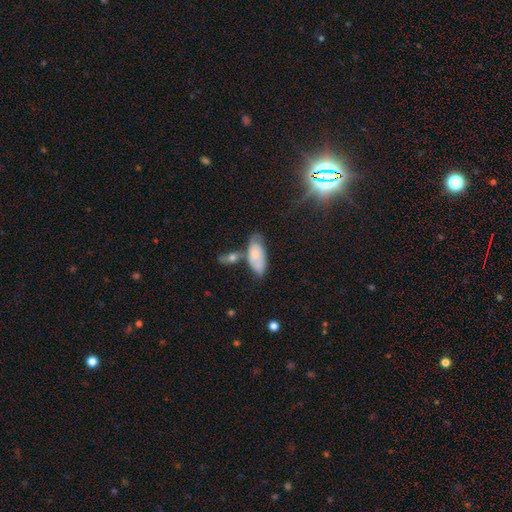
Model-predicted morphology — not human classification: smooth 60%, featured or disk 33%, star or artifact 7%. Down the decision tree: how rounded — in between (88%); merging — none (40%).